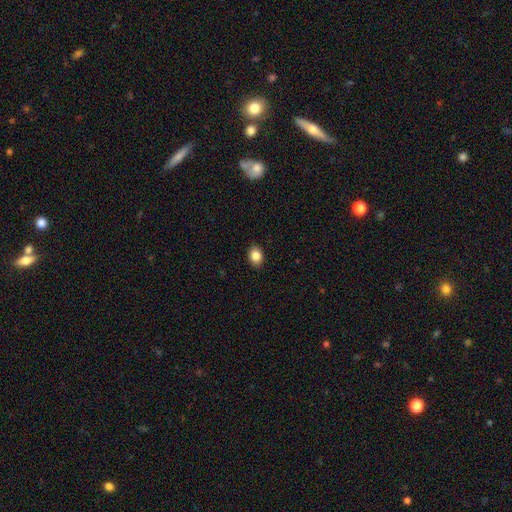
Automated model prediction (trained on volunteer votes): A smooth galaxy with no disk features (85%) that is in between round and cigar-shaped (64%). Merging: none (90%).